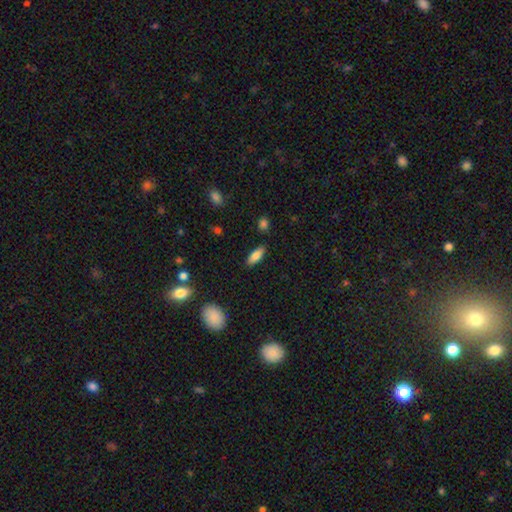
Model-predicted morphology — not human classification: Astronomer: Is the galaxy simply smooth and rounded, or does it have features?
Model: smooth — 80%.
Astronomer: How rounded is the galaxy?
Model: in between — 72%.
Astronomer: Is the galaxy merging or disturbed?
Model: none — 85%.